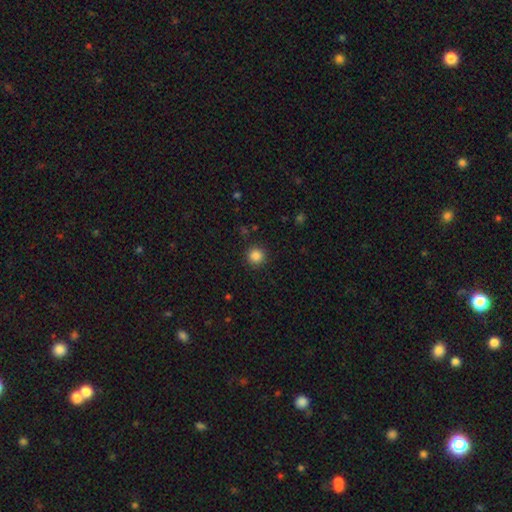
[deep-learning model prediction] Smooth or featured: smooth — 86% (star or artifact — 11%)
How rounded: round — 94% (in between — 5%)
Merging: none — 91% (minor disturbance — 6%)